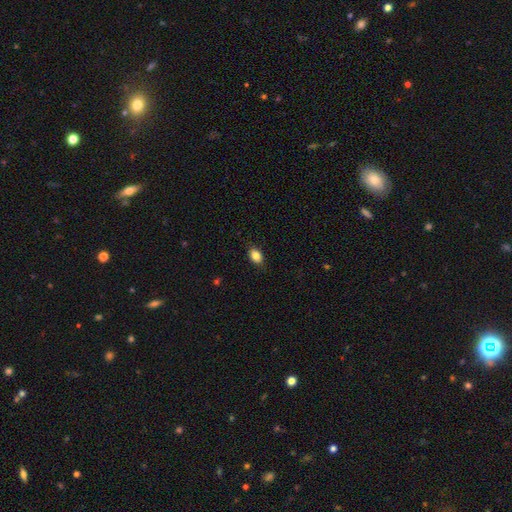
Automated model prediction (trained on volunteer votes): Smooth or featured: smooth — 86% (star or artifact — 9%)
How rounded: in between — 81% (round — 17%)
Merging: none — 87% (minor disturbance — 10%)